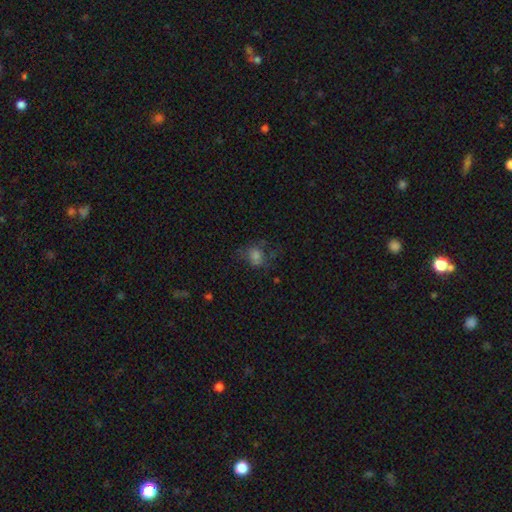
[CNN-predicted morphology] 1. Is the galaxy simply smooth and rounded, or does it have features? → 58% smooth, 22% star or artifact, 20% featured or disk.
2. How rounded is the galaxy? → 59% round, 40% in between, 1% cigar-shaped.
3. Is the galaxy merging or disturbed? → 52% none, 24% major disturbance, 22% minor disturbance, 3% merger.